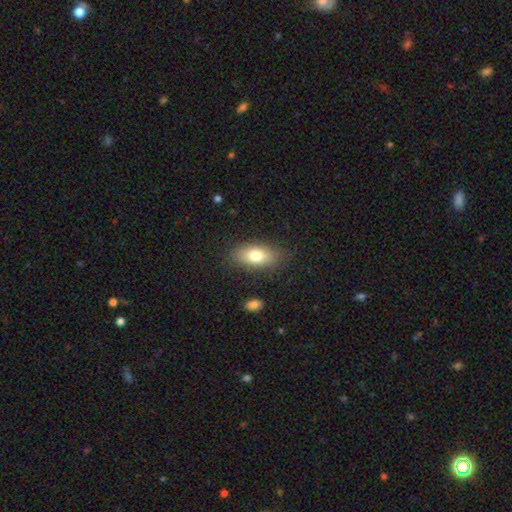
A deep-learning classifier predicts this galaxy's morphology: This is likely a smooth galaxy (76%). How rounded: clearly in between (86%). Merging: clearly none (83%).